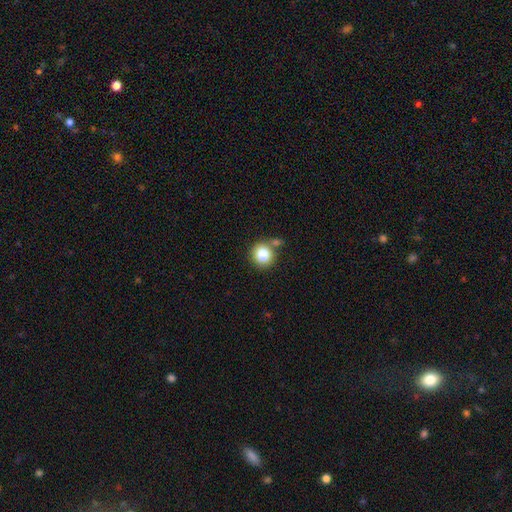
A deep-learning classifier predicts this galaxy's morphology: Smooth or featured: smooth — 80% (star or artifact — 12%)
How rounded: round — 92% (in between — 7%)
Merging: none — 75% (merger — 12%)